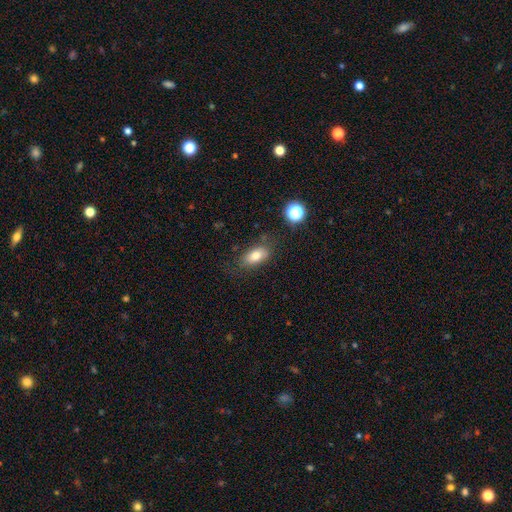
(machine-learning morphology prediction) Q: Smooth or featured?
A: smooth (78%); runner-up: featured or disk (12%)
Q: How rounded?
A: in between (87%); runner-up: round (8%)
Q: Merging?
A: none (74%); runner-up: minor disturbance (17%)